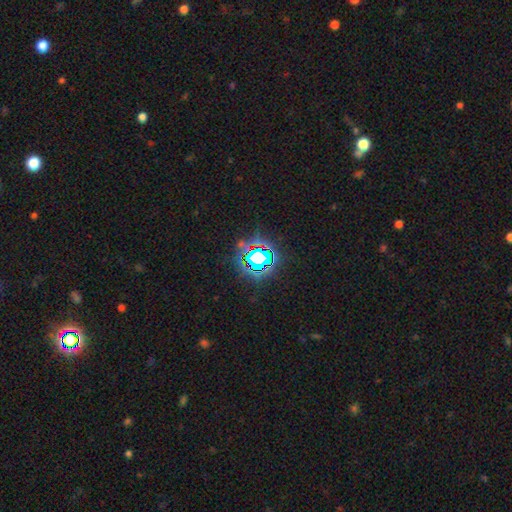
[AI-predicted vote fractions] Overall: star or artifact (72%).